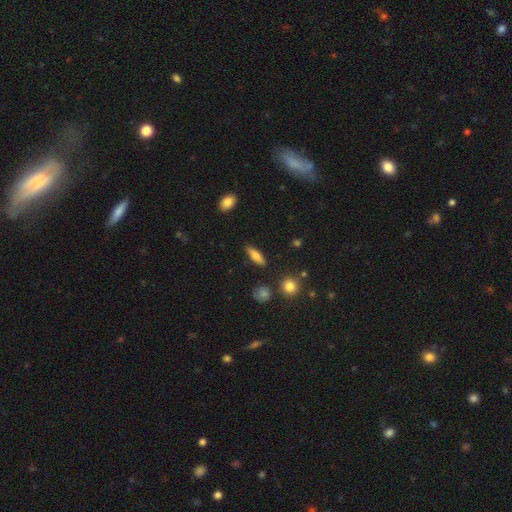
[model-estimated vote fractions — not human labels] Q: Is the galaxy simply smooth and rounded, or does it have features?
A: smooth — 64%.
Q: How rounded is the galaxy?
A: cigar-shaped — 55%.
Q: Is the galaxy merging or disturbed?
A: none — 86%.